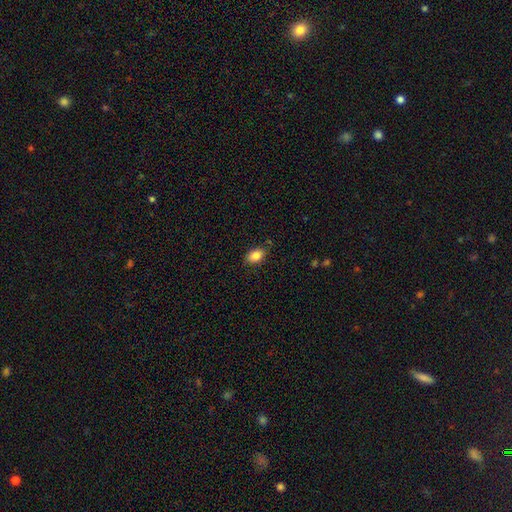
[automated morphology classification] This appears to be a smooth galaxy with no disk features (85%) that is in between round and cigar-shaped (87%). Merging: none (82%).